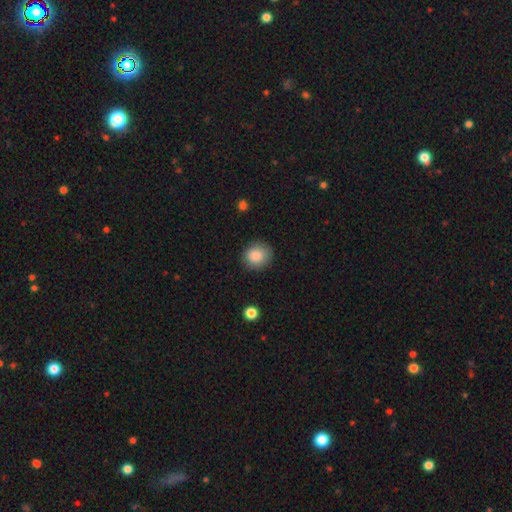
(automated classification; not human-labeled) Smooth or featured: smooth — 85% (star or artifact — 9%)
How rounded: round — 79% (in between — 20%)
Merging: none — 86% (minor disturbance — 10%)